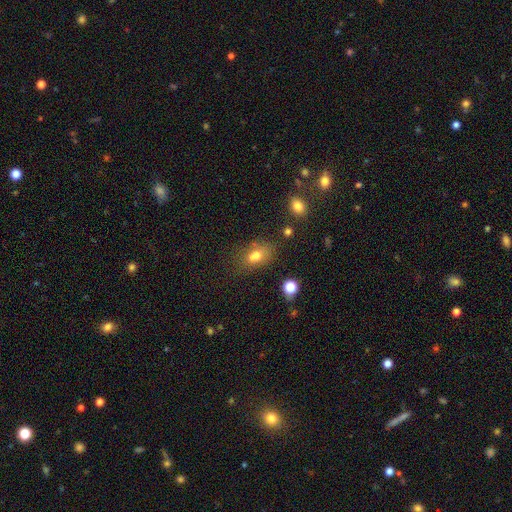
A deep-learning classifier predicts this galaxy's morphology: Q: Smooth or featured?
A: smooth (73%); runner-up: featured or disk (14%)
Q: How rounded?
A: in between (78%); runner-up: round (19%)
Q: Merging?
A: none (52%); runner-up: minor disturbance (21%)